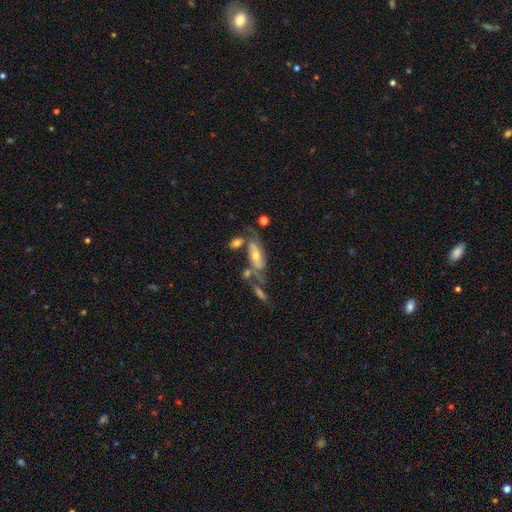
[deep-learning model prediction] This is likely a featured or disk galaxy (61%). It is likely not viewed edge-on (79%). Merging: marginally none (39%).